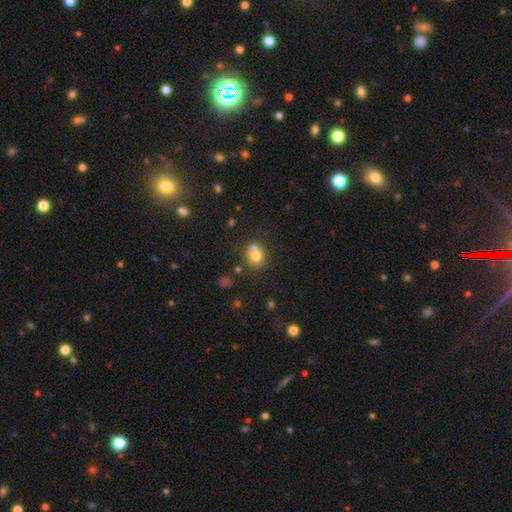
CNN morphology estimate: Smooth or featured? smooth (72%)
How rounded? round (81%)
Merging? none (50%)